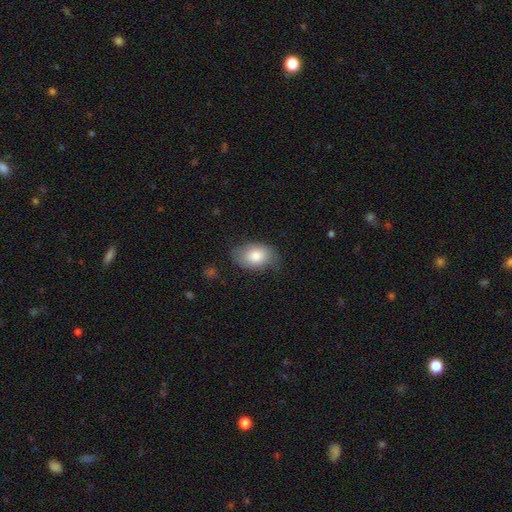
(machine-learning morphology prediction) smooth_or_featured: smooth (p=0.79) [alt: featured or disk p=0.15]
how_rounded: in between (p=0.85) [alt: round p=0.13]
merging: none (p=0.67) [alt: minor disturbance p=0.26]